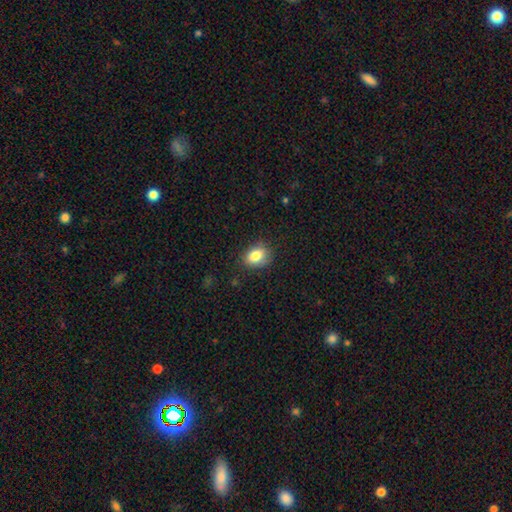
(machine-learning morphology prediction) Smooth or featured? Predicted: smooth (p=0.82). How rounded? Predicted: in between (p=0.67). Merging? Predicted: none (p=0.81).